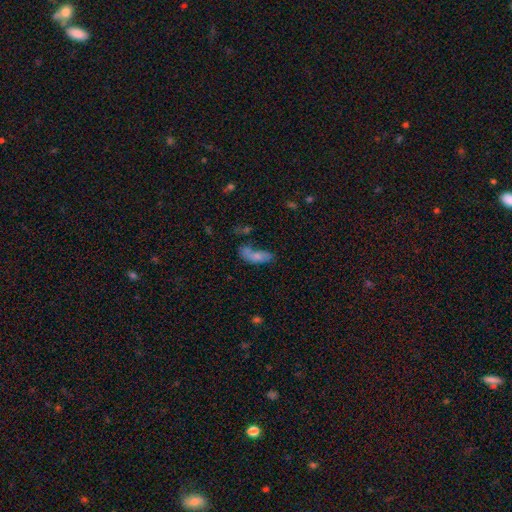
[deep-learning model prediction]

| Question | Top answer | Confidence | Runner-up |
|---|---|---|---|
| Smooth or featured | smooth | 68% | featured or disk (23%) |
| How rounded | in between | 73% | cigar-shaped (23%) |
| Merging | none | 34% | merger (27%) |